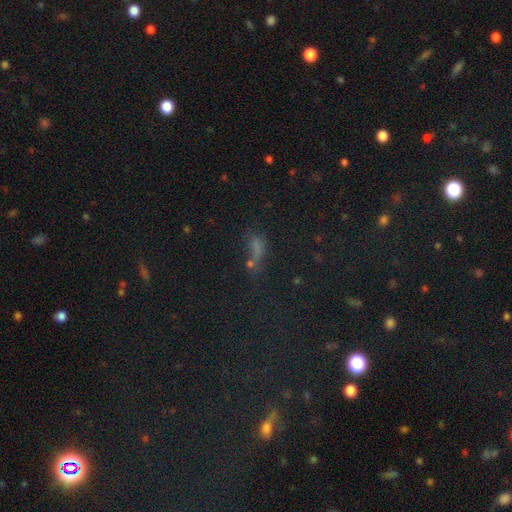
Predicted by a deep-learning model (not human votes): A star or artifact, not a galaxy (48%).